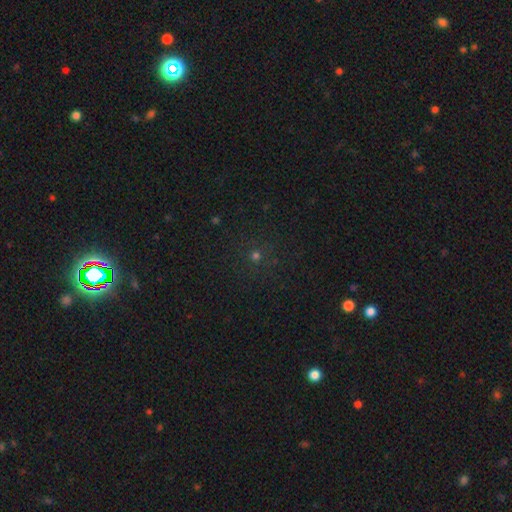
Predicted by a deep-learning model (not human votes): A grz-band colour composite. It shows a star or artifact, not a galaxy (62%).